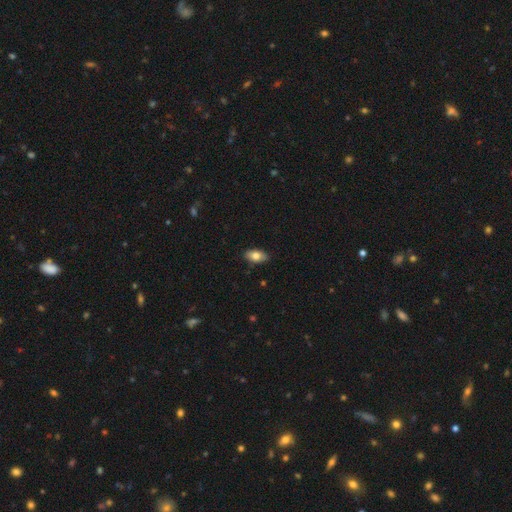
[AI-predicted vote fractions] This is likely a smooth galaxy (79%). How rounded: clearly in between (92%). Merging: clearly none (85%).